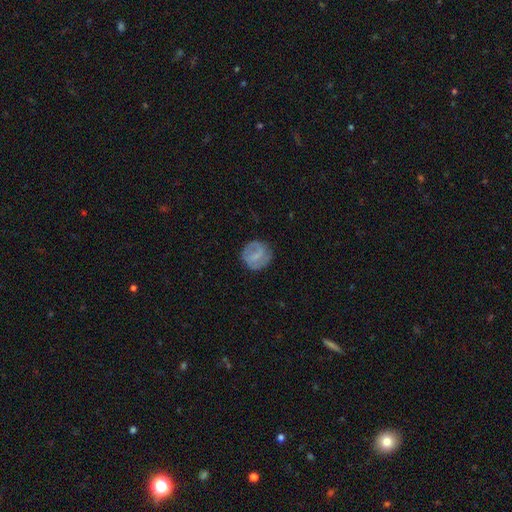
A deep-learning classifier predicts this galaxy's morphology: A smooth galaxy with no disk features (50%). Merging: none (77%).